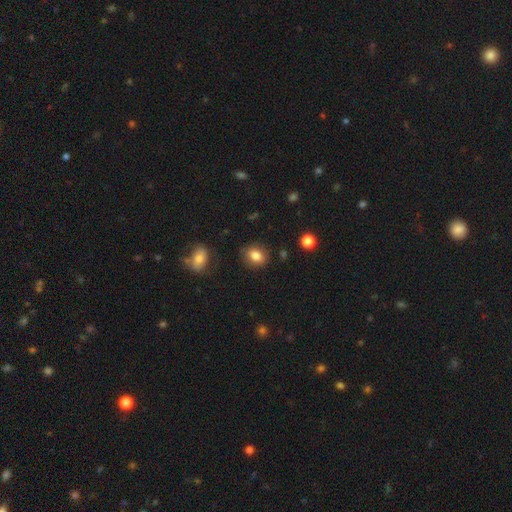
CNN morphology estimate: The model was most divided on "how rounded": in between: 62%, round: 37%, cigar-shaped: 1%. More confident: smooth or featured — smooth (83%); merging — none (82%).